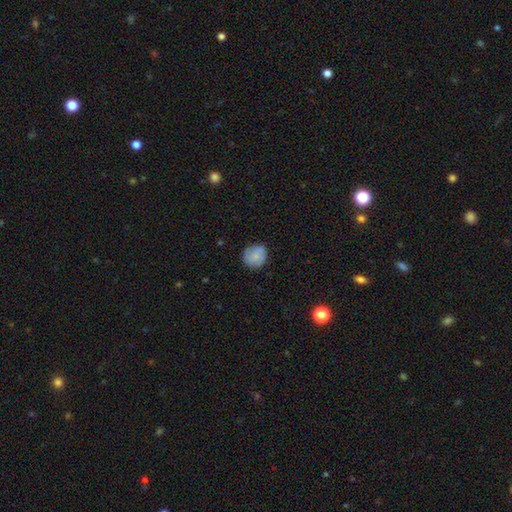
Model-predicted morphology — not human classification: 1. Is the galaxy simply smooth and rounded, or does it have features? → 77% smooth, 16% featured or disk, 7% star or artifact.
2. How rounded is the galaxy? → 84% round, 15% in between, 1% cigar-shaped.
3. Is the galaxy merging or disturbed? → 82% none, 14% minor disturbance, 3% major disturbance, 1% merger.